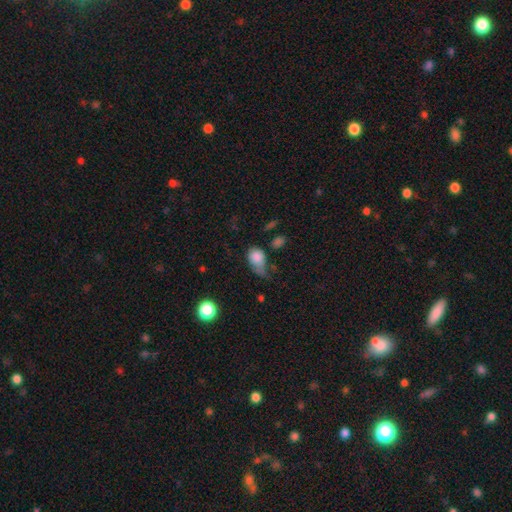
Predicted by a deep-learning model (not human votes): This appears to be a smooth galaxy with no disk features (80%) that is in between round and cigar-shaped (63%). Merging: minor disturbance (36%).